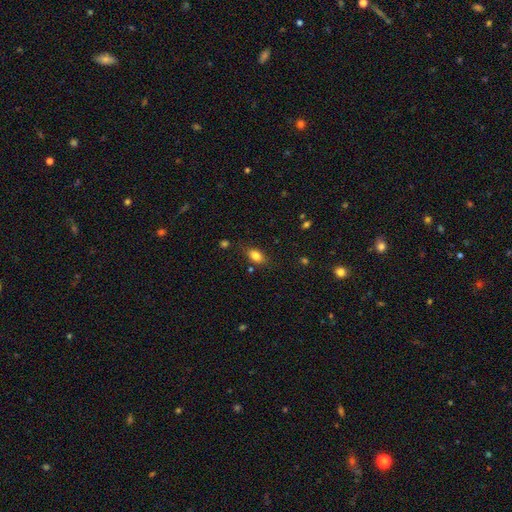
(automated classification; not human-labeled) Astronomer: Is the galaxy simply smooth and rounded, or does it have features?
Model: smooth — 83%.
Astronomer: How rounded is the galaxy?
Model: in between — 86%.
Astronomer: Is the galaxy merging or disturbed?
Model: none — 77%.